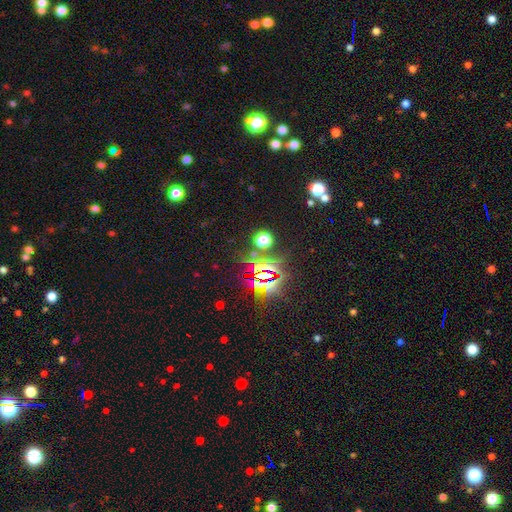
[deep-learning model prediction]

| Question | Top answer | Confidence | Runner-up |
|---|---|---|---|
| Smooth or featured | star or artifact | 80% | smooth (13%) |